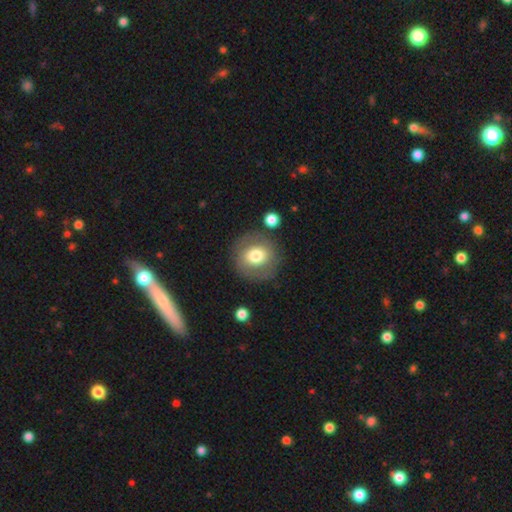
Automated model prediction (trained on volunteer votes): The model was most divided on "smooth or featured": smooth: 66%, featured or disk: 26%, star or artifact: 8%. More confident: how rounded — round (89%); merging — none (81%).